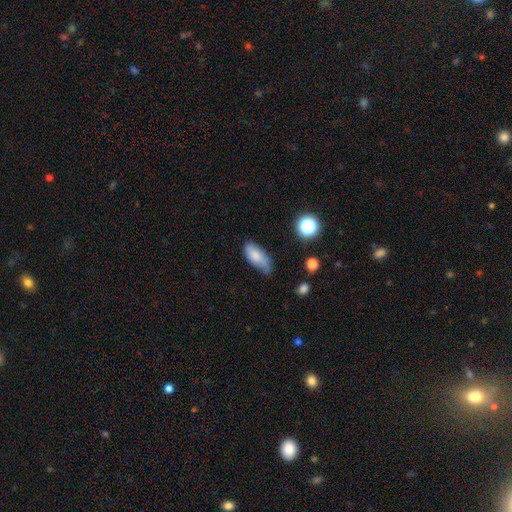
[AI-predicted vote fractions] Smooth or featured? Predicted: smooth (p=0.77). How rounded? Predicted: in between (p=0.86). Merging? Predicted: none (p=0.47).